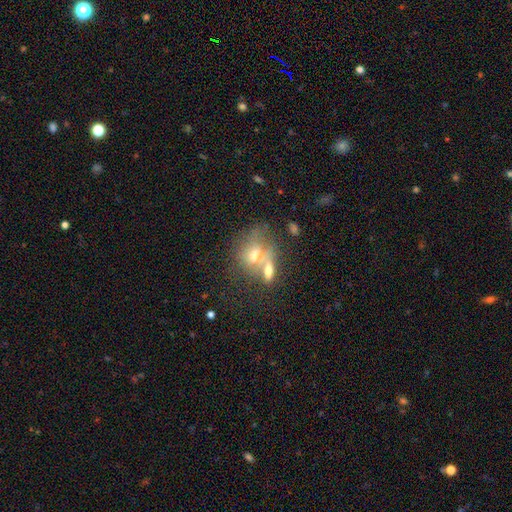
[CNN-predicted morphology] A smooth galaxy with no disk features (55%) that is round (51%). Merging: merger (52%).